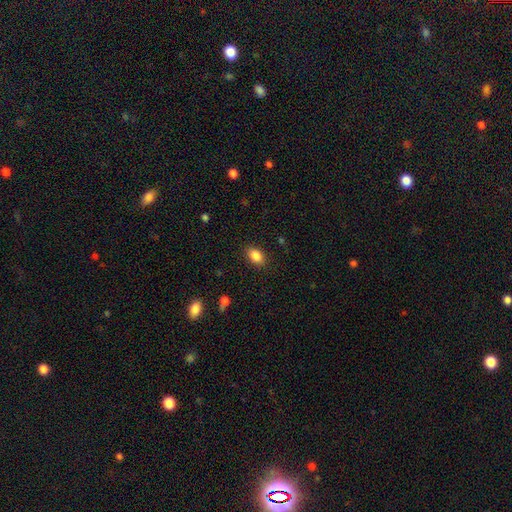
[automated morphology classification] Q: Smooth or featured?
A: smooth (87%); runner-up: star or artifact (9%)
Q: How rounded?
A: in between (86%); runner-up: round (13%)
Q: Merging?
A: none (88%); runner-up: minor disturbance (9%)